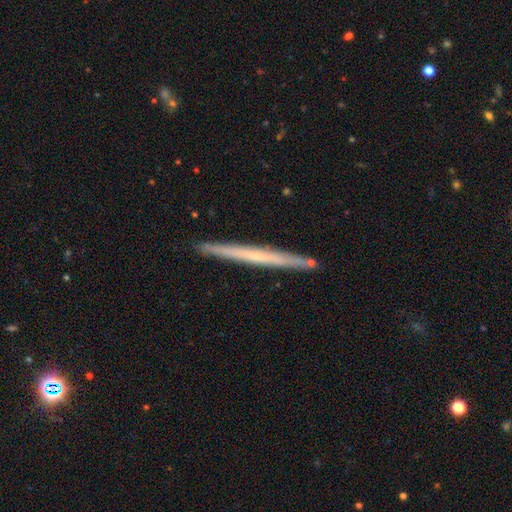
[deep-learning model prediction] This appears to be a featured or disk galaxy (56%) viewed edge-on (97%) with no central bulge (79%). Merging: none (91%).